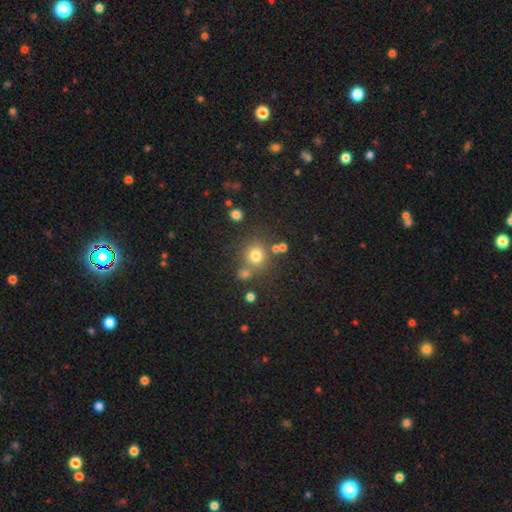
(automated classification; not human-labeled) This is likely a smooth galaxy (75%). How rounded: clearly round (89%). Merging: likely none (70%).